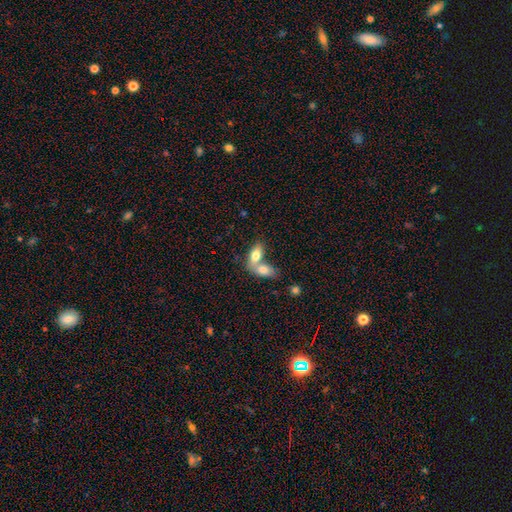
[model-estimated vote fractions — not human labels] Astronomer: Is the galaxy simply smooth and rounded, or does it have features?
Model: smooth — 75%.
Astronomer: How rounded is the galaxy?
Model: in between — 87%.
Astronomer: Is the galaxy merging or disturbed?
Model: merger — 71%.